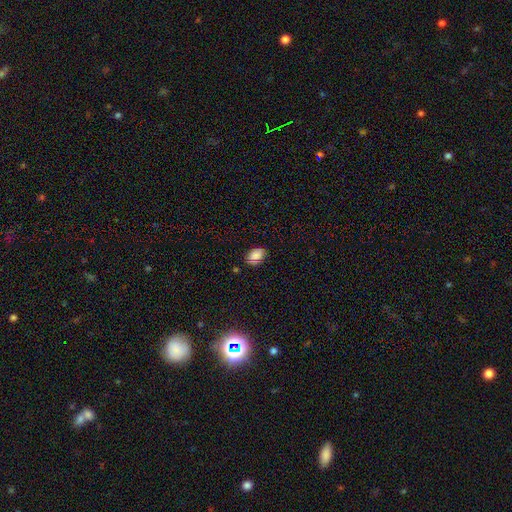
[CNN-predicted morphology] Q: Smooth or featured?
A: smooth (79%); runner-up: featured or disk (11%)
Q: How rounded?
A: in between (83%); runner-up: round (16%)
Q: Merging?
A: none (80%); runner-up: minor disturbance (16%)